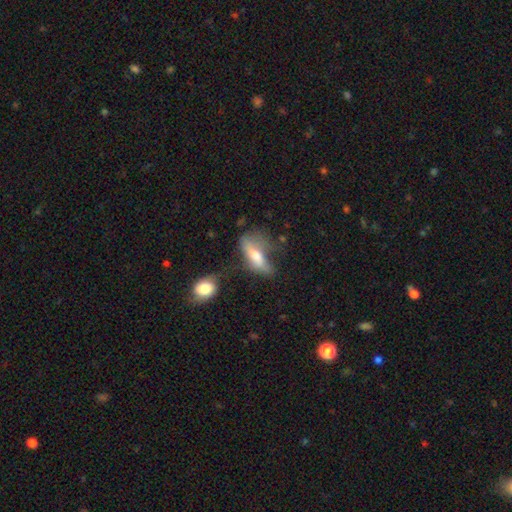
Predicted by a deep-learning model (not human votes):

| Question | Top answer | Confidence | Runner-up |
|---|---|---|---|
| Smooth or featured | smooth | 49% | featured or disk (41%) |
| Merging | none | 32% | major disturbance (27%) |